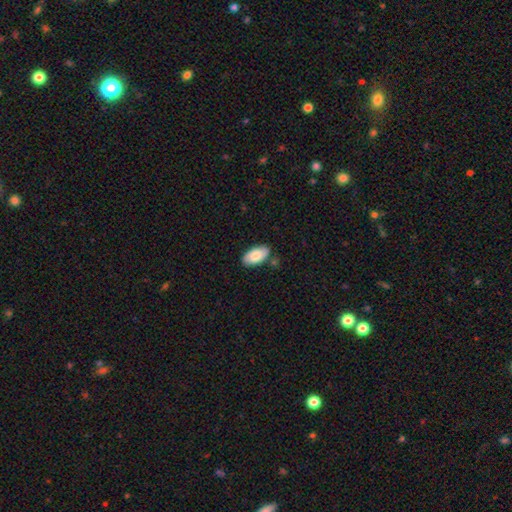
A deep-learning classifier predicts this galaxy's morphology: Overall: smooth (75%). How rounded: in between (95%). Merging: none (77%).